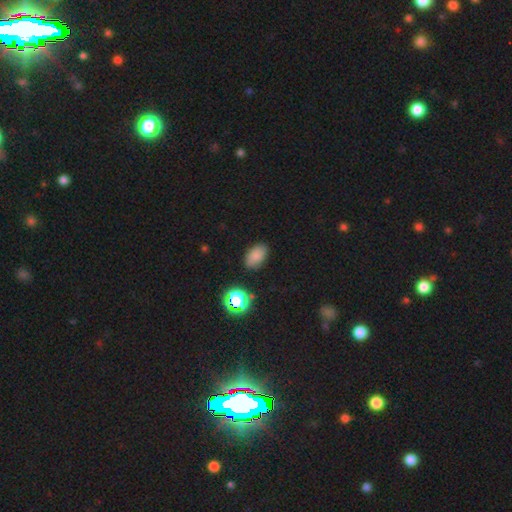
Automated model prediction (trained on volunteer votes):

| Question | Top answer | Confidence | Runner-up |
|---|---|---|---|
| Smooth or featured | smooth | 81% | star or artifact (13%) |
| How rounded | in between | 88% | round (10%) |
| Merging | none | 82% | minor disturbance (13%) |